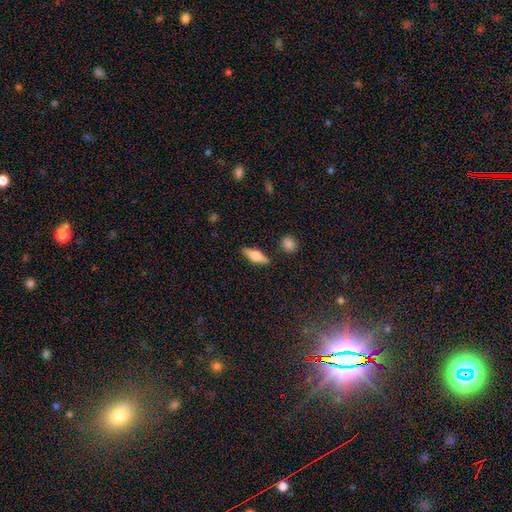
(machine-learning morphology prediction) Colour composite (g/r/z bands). It shows a smooth galaxy with no disk features (50%). Merging: none (85%).